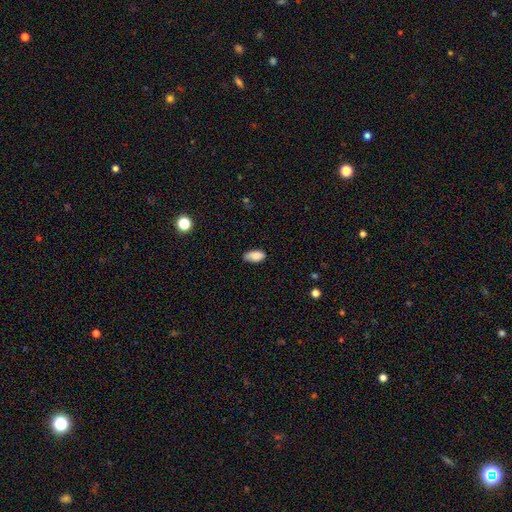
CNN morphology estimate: type=smooth (85%); roundness=in between (92%); merging=none (71%).